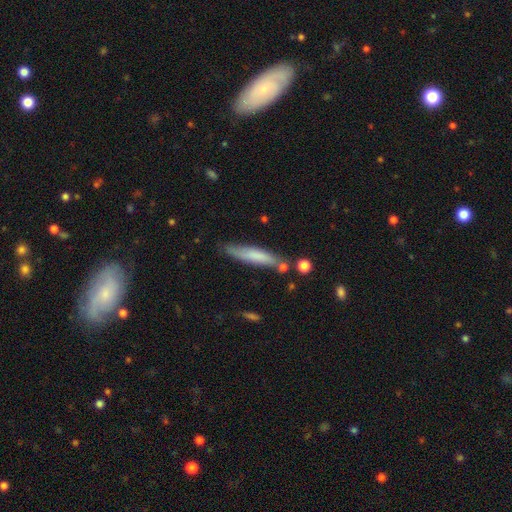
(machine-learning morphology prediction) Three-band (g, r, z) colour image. It shows a smooth galaxy with no disk features (69%) that is cigar-shaped (88%). Merging: none (72%).